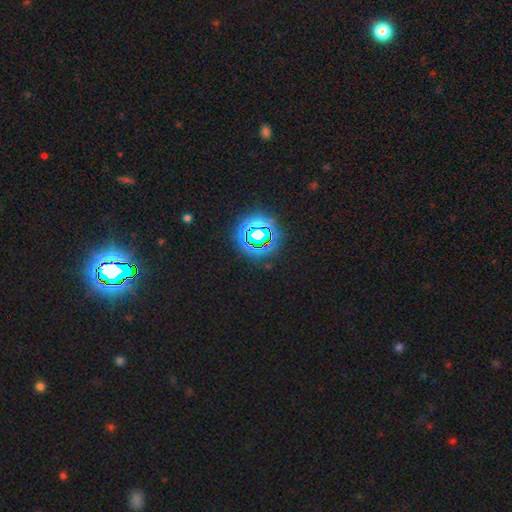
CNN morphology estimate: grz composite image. It shows a star or artifact, not a galaxy (75%).